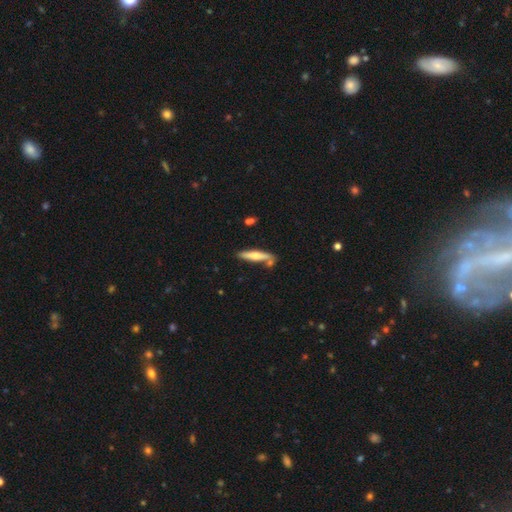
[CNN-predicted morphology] Smooth or featured? smooth (53%)
How rounded? cigar-shaped (86%)
Merging? none (71%)